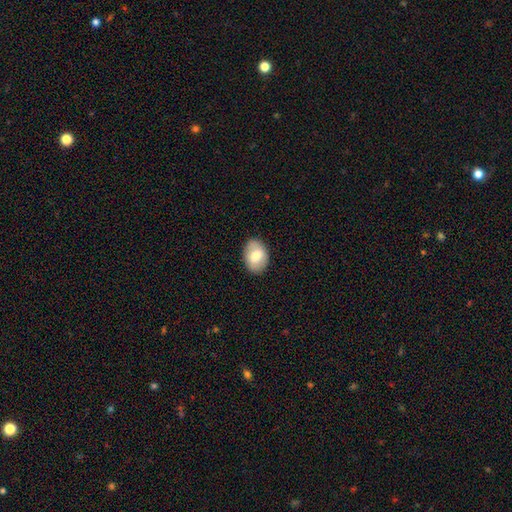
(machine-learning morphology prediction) Smooth or featured? Predicted: smooth (p=0.70). How rounded? Predicted: in between (p=0.80). Merging? Predicted: none (p=0.86).